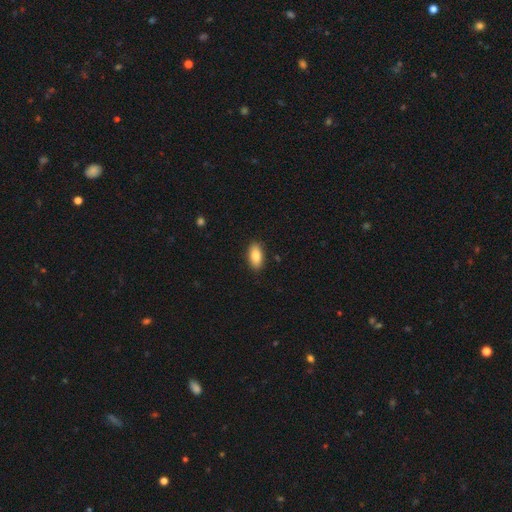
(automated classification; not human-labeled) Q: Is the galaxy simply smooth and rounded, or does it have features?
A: smooth — 85%.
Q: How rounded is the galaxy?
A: in between — 90%.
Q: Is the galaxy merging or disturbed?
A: none — 89%.